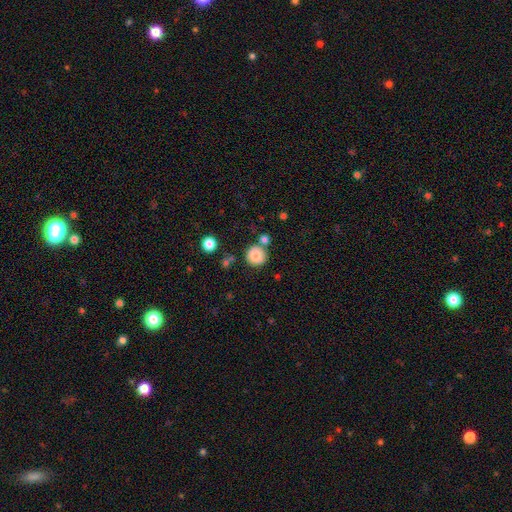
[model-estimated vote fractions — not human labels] smooth-or-featured: smooth: 79% | featured or disk: 12% | star or artifact: 9%
  how-rounded: round: 94% | in between: 5% | cigar-shaped: 1%
  merging: none: 76% | merger: 11% | minor disturbance: 10% | major disturbance: 3%